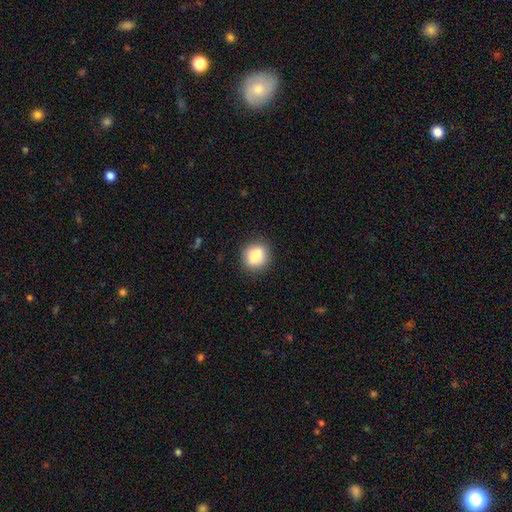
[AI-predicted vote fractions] Smooth or featured?
  - smooth: 84% *
  - star or artifact: 9%
  - featured or disk: 7%
How rounded?
  - round: 61% *
  - in between: 37%
  - cigar-shaped: 2%
Merging?
  - none: 87% *
  - minor disturbance: 9%
  - major disturbance: 3%
  - merger: 1%